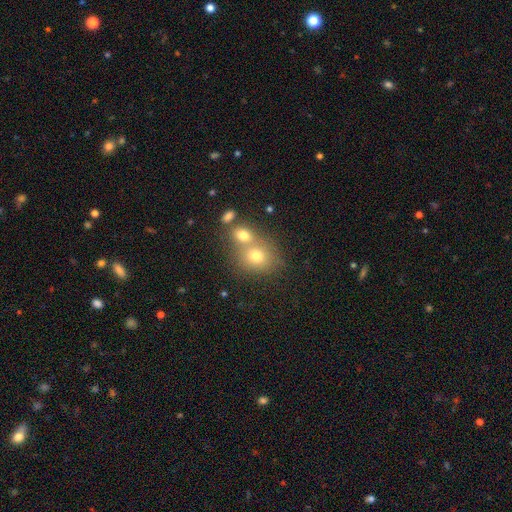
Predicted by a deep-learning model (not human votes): This appears to be a smooth galaxy with no disk features (70%) that is round (71%). Merging: merger (51%).